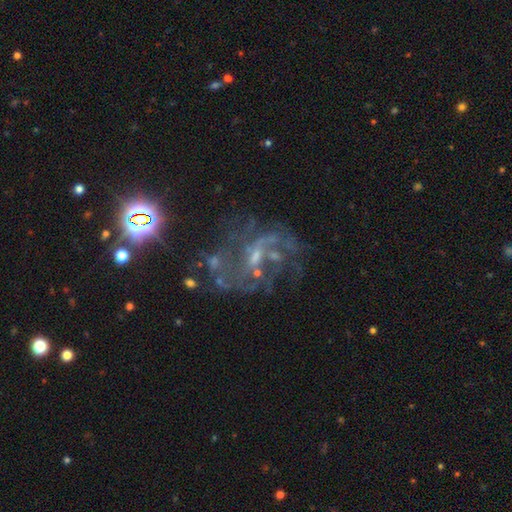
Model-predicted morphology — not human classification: featured or disk 69%, star or artifact 22%, smooth 9%. Down the decision tree: edge-on disk — no (97%); bar — weak (45%); spiral arms — yes (80%); spiral arm count — 2 (39%); spiral winding — medium (43%); bulge size — small (61%); merging — none (57%).